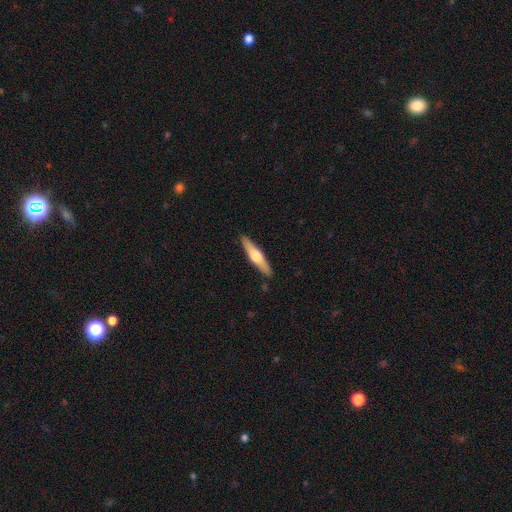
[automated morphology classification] Smooth or featured? featured or disk (54%)
Edge-on disk? yes (94%)
Edge-on bulge? rounded (93%)
Merging? none (90%)